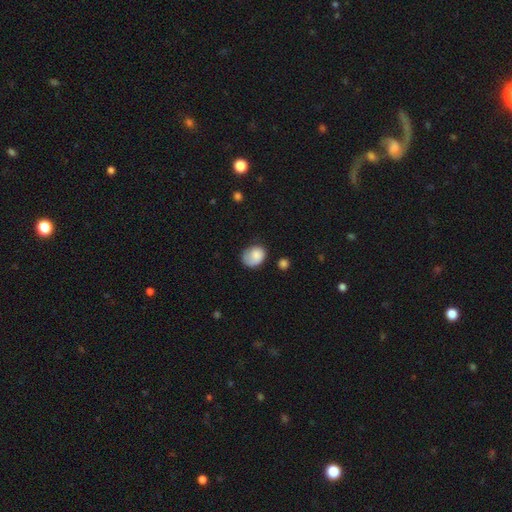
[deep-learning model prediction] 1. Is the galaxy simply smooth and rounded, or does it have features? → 81% smooth, 12% featured or disk, 7% star or artifact.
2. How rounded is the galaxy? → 55% round, 44% in between, 1% cigar-shaped.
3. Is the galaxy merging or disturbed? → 52% none, 31% minor disturbance, 14% major disturbance, 3% merger.